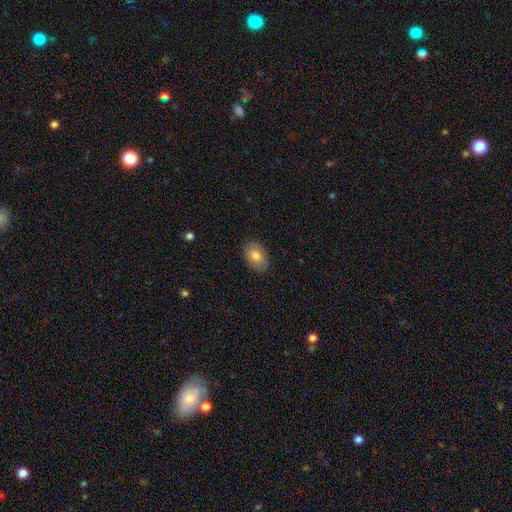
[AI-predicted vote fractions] The model was most divided on "smooth or featured": smooth: 80%, featured or disk: 14%, star or artifact: 7%. More confident: how rounded — in between (87%); merging — none (87%).